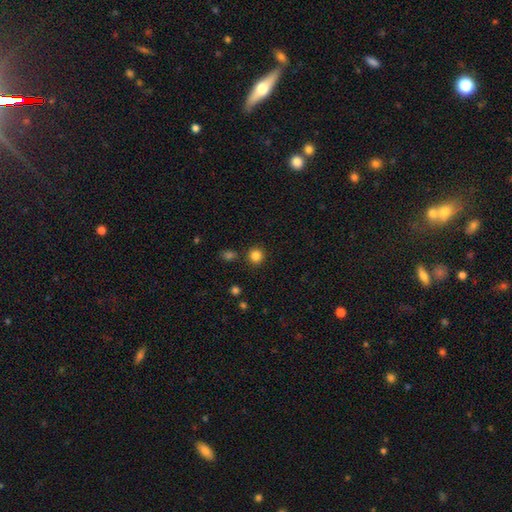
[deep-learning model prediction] Smooth or featured: smooth — 84% (star or artifact — 12%)
How rounded: round — 93% (in between — 6%)
Merging: none — 89% (minor disturbance — 6%)